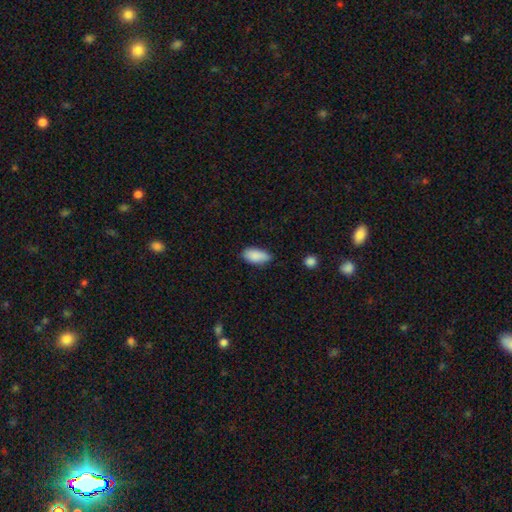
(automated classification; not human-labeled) Overall: smooth (88%). How rounded: in between (92%). Merging: none (71%).